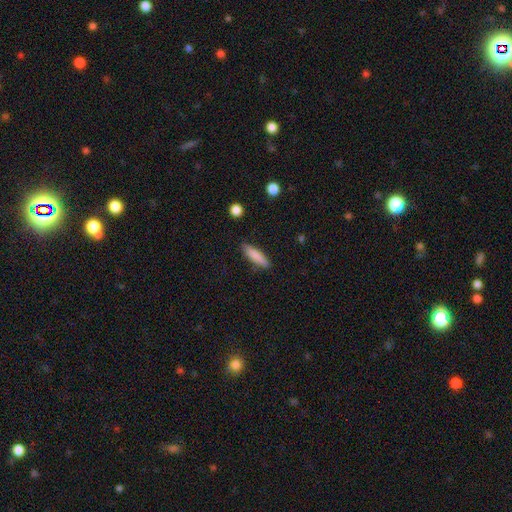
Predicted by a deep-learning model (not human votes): A smooth galaxy with no disk features (84%) that is cigar-shaped (75%). Merging: none (87%).